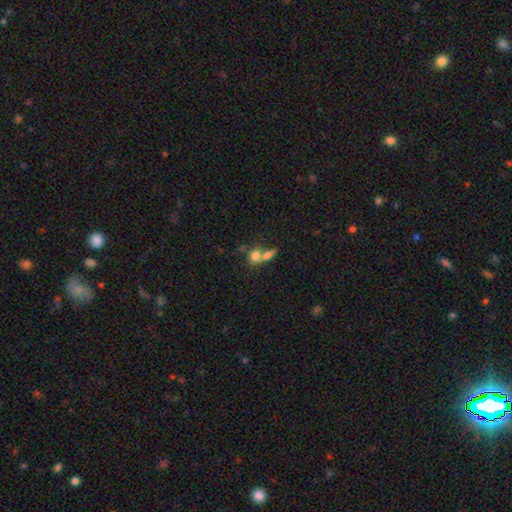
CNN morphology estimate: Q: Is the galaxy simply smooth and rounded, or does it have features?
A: smooth — 75%.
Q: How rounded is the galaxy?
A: in between — 50%.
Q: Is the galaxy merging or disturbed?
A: merger — 61%.